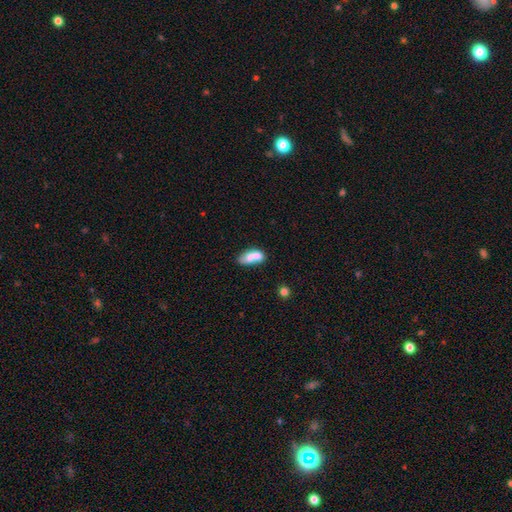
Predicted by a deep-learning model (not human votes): The model was most divided on "merging": merger: 59%, none: 23%, minor disturbance: 11%, major disturbance: 7%. More confident: how rounded — in between (81%); smooth or featured — smooth (67%).